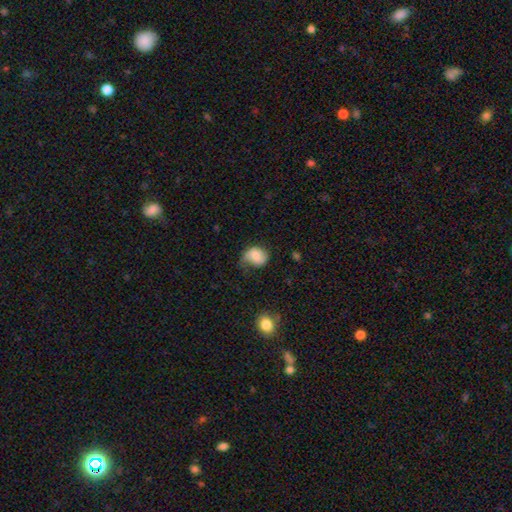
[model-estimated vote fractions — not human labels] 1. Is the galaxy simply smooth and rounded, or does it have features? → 75% smooth, 17% featured or disk, 8% star or artifact.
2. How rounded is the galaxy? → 51% in between, 48% round, 1% cigar-shaped.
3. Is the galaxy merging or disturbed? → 39% none (tied), 39% minor disturbance (tied), 20% major disturbance, 2% merger.